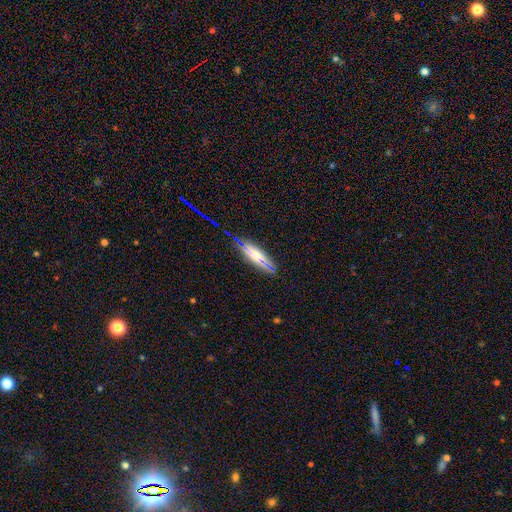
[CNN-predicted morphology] smooth_or_featured: featured or disk (p=0.50) [alt: smooth p=0.40]
disk_edge_on: yes (p=0.89) [alt: no p=0.11]
merging: none (p=0.82) [alt: minor disturbance p=0.13]